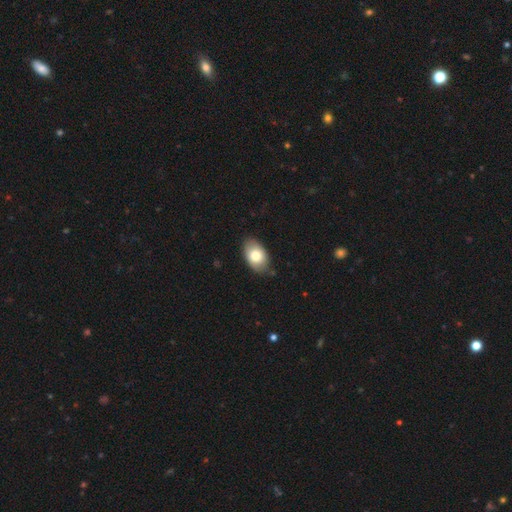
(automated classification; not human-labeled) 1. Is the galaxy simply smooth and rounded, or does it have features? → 77% smooth, 16% featured or disk, 7% star or artifact.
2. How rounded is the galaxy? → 90% in between, 9% round, 1% cigar-shaped.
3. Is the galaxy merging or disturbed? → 82% none, 14% minor disturbance, 2% major disturbance, 1% merger.